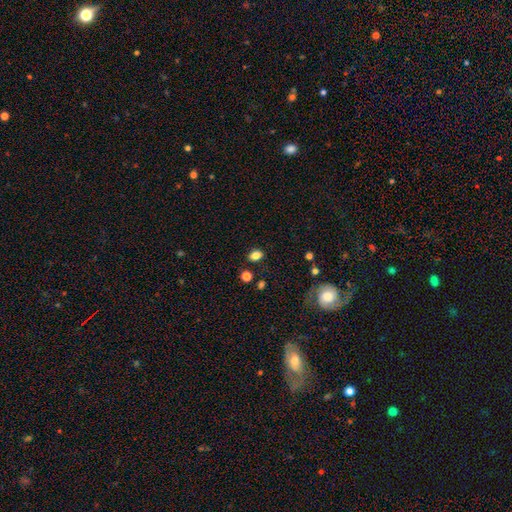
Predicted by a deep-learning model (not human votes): smooth 82%, star or artifact 11%, featured or disk 6%. Down the decision tree: how rounded — in between (70%); merging — none (83%).